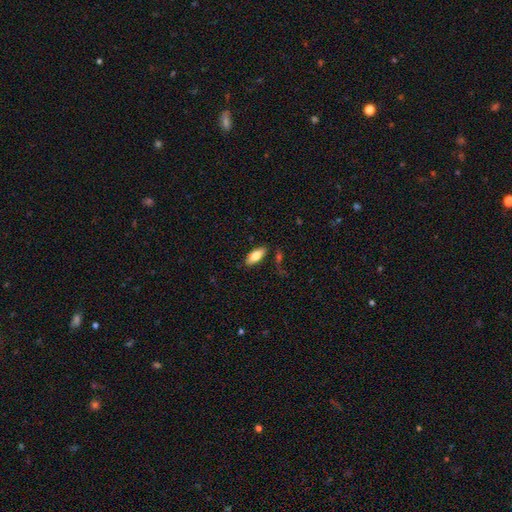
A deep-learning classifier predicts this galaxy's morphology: Overall: smooth (77%). How rounded: in between (84%). Merging: none (83%).